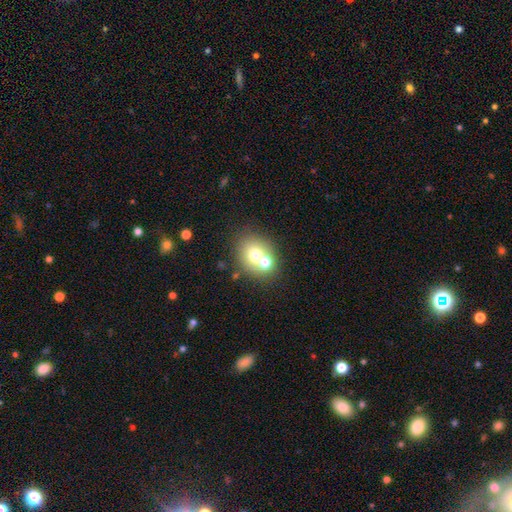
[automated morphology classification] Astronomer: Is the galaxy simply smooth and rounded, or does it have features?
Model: smooth — 66%.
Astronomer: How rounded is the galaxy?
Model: round — 66%.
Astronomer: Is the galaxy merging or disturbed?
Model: none — 47% (runner-up: merger, 41%).